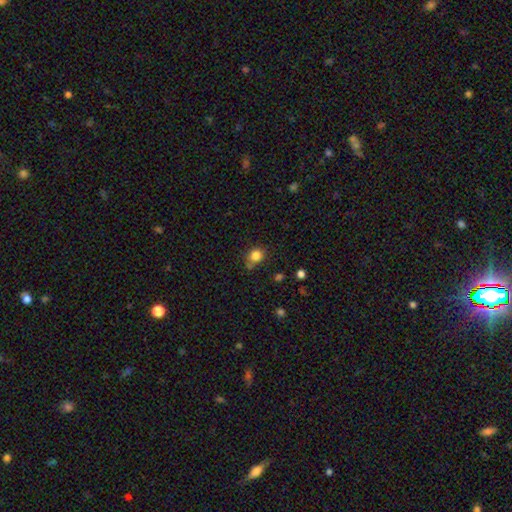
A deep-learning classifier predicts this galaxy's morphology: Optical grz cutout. It shows a smooth galaxy with no disk features (83%) that is round (69%). Merging: none (63%).